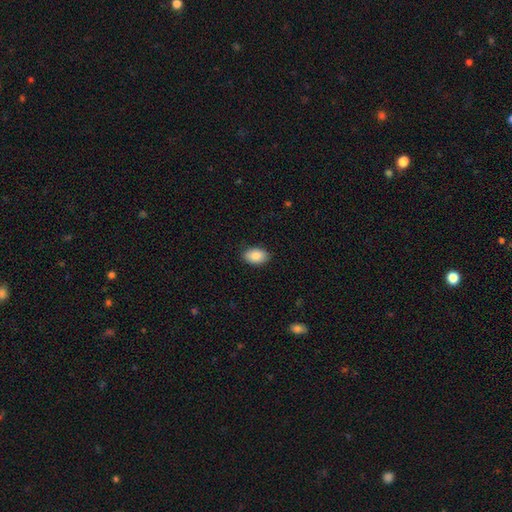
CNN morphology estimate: A smooth galaxy with no disk features (87%) that is in between round and cigar-shaped (90%). Merging: none (88%).